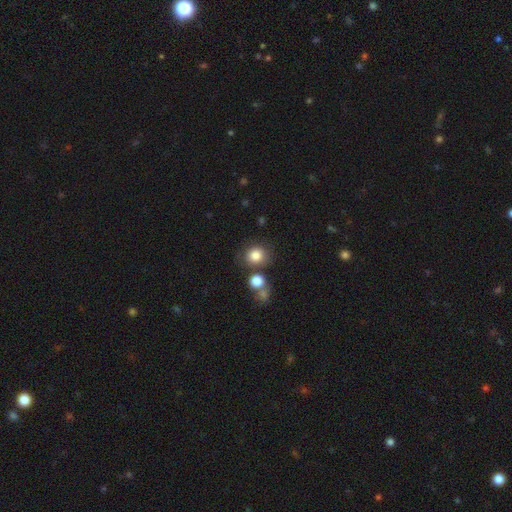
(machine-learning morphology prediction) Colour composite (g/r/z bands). It shows a smooth galaxy with no disk features (83%) that is round (79%). Merging: none (72%).